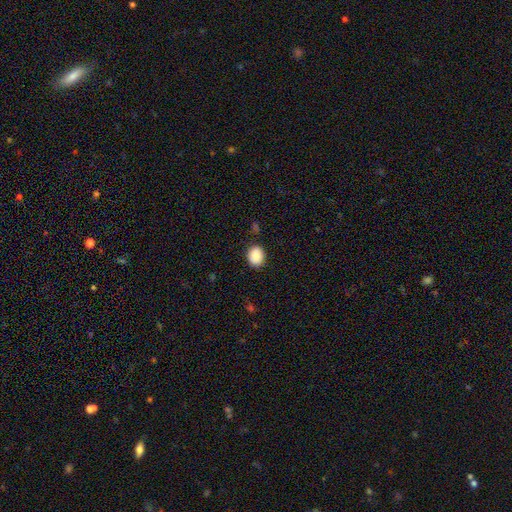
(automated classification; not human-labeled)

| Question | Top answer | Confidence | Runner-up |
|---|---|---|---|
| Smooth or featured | smooth | 88% | star or artifact (8%) |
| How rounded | round | 53% | in between (46%) |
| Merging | none | 85% | minor disturbance (11%) |